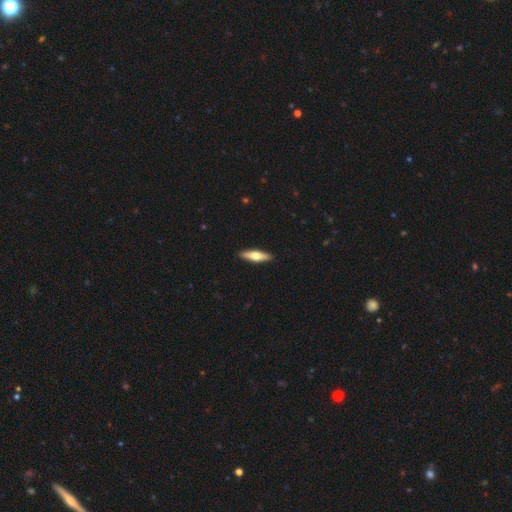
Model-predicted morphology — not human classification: Smooth or featured? Predicted: smooth (p=0.53). How rounded? Predicted: cigar-shaped (p=0.66). Merging? Predicted: none (p=0.91).